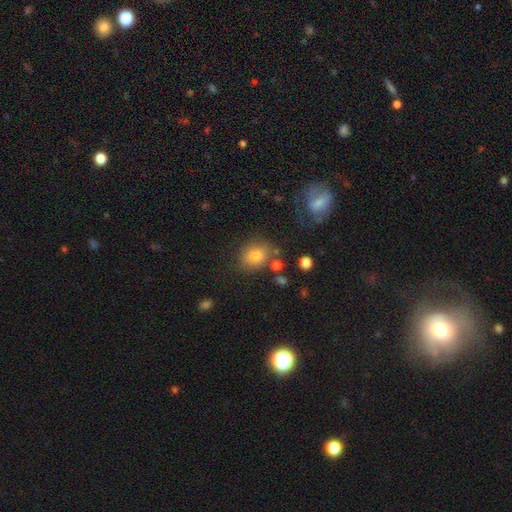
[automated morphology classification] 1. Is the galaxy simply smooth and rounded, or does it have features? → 78% smooth, 12% star or artifact, 10% featured or disk.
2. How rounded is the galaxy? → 57% round, 42% in between, 1% cigar-shaped.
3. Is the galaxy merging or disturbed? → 72% none, 15% minor disturbance, 8% merger, 6% major disturbance.